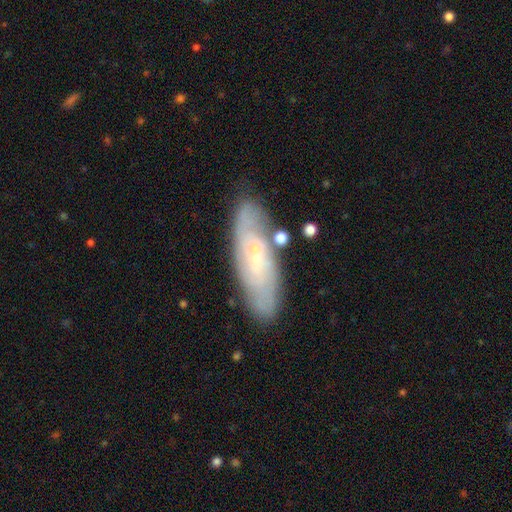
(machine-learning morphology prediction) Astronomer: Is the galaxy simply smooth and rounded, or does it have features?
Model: featured or disk — 65%.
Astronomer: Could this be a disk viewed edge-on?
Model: no — 80%.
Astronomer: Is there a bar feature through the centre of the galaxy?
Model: no — 65%.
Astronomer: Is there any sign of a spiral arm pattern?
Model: yes — 74%.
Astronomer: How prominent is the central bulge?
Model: small — 79%.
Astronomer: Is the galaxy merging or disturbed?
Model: none — 77%.